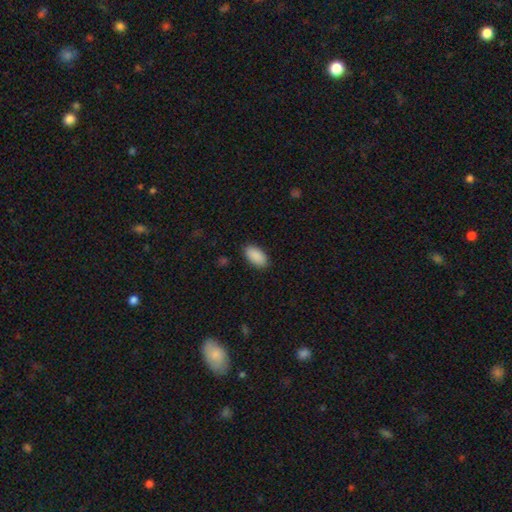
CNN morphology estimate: smooth 91%, star or artifact 6%, featured or disk 3%. Down the decision tree: how rounded — in between (94%); merging — none (88%).